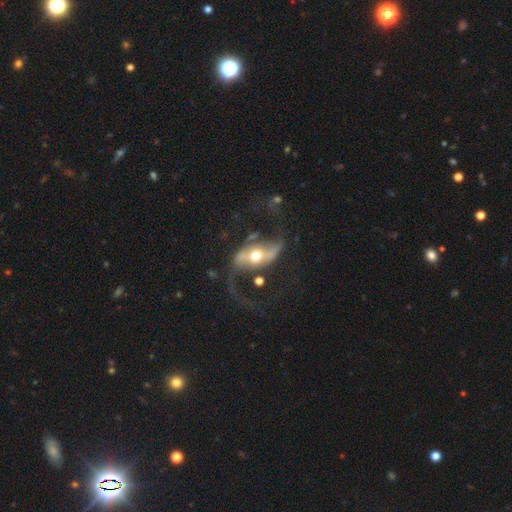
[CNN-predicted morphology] type=featured or disk (83%); edge-on=no (90%); bar=strong (38%); spiral arms=yes (87%); winding=loose (80%); arm count=2 (89%); bulge=moderate (75%); merging=none (51%).